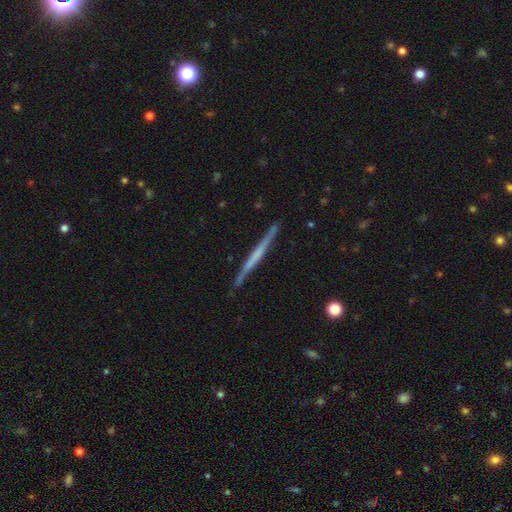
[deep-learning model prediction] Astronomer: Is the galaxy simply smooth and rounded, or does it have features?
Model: featured or disk — 63%.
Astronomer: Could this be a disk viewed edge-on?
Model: yes — 98%.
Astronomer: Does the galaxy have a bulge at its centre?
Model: none — 78%.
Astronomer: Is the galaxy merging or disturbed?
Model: none — 89%.